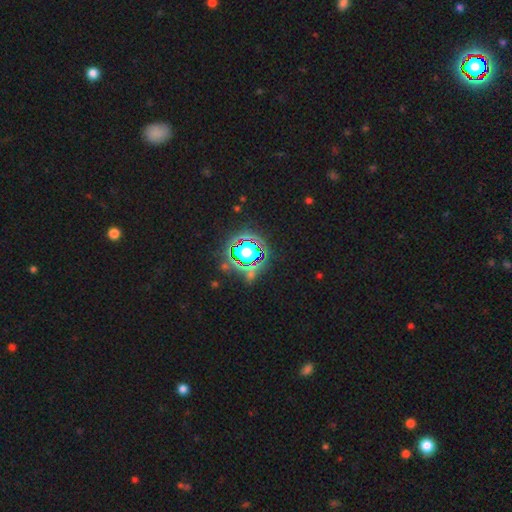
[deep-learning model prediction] smooth_or_featured: star or artifact (p=0.73) [alt: smooth p=0.17]